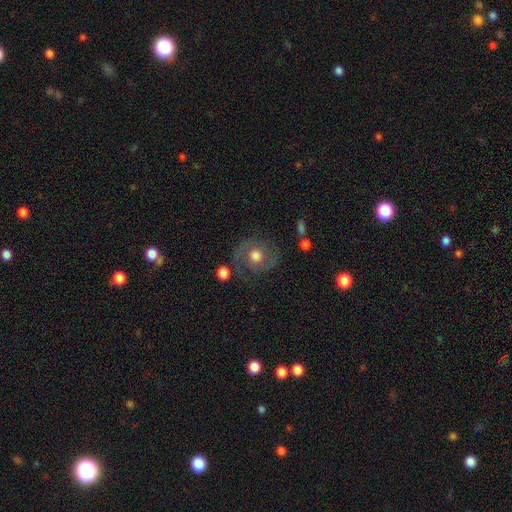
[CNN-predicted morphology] A featured or disk galaxy (68%) with no bar (79%), 2 (81%) medium (43%) spiral arms (82%) and a moderate central bulge (59%).

Vote fractions:
- Smooth or featured? featured or disk: 68% / smooth: 24% / star or artifact: 7%
- Edge-on disk? no: 97% / yes: 3%
- Bar? no: 79% / weak: 17% / strong: 3%
- Spiral arms? yes: 82% / no: 18%
- Spiral winding? medium: 43% / tight: 41% / loose: 16%
- Spiral arm count? 2: 81% / can't tell: 7% / 1: 7% / 3: 2% / 4: 1% / more than 4: 1%
- Bulge size? moderate: 59% / large: 32% / small: 5% / dominant: 2% / none: 2%
- Merging? none: 71% / minor disturbance: 16% / major disturbance: 11% / merger: 3%